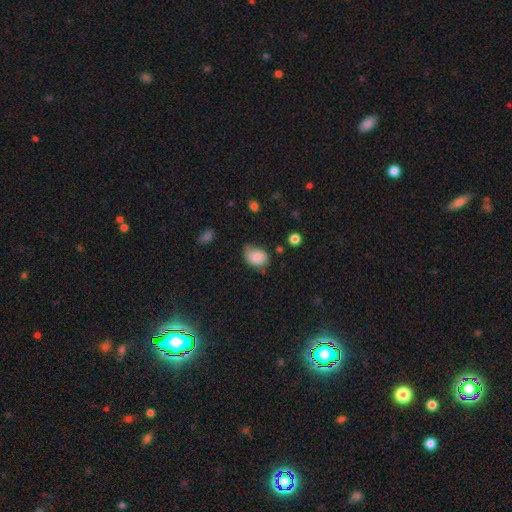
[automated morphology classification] Smooth or featured?
  - smooth: 83% *
  - featured or disk: 9%
  - star or artifact: 8%
How rounded?
  - in between: 66% *
  - round: 33%
  - cigar-shaped: 1%
Merging?
  - none: 50% *
  - minor disturbance: 37%
  - major disturbance: 10%
  - merger: 3%